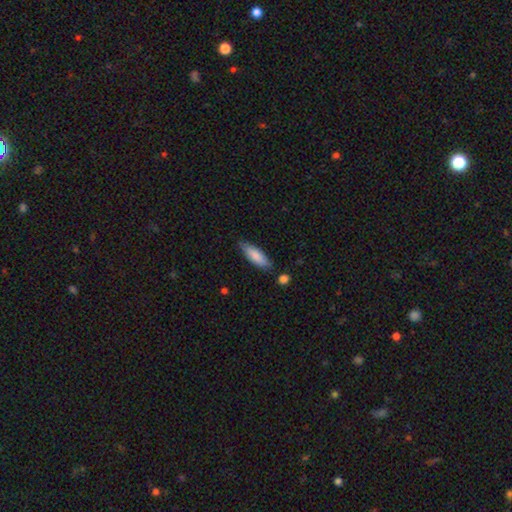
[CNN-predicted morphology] Smooth or featured? smooth (83%)
How rounded? in between (55%)
Merging? none (77%)